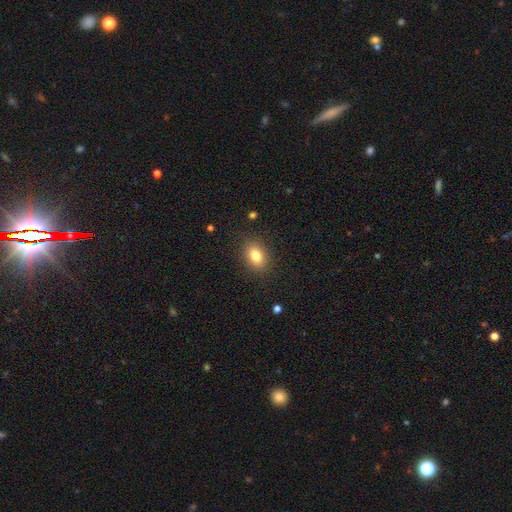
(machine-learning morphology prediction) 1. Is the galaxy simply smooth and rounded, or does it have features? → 82% smooth, 10% star or artifact, 8% featured or disk.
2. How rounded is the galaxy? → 73% in between, 26% round, 1% cigar-shaped.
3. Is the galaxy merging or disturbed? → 87% none, 9% minor disturbance, 3% major disturbance, 1% merger.